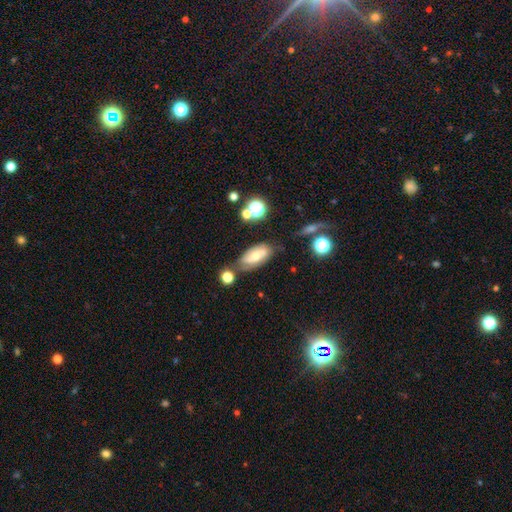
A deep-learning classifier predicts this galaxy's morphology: type=featured or disk (47%); merging=none (62%).